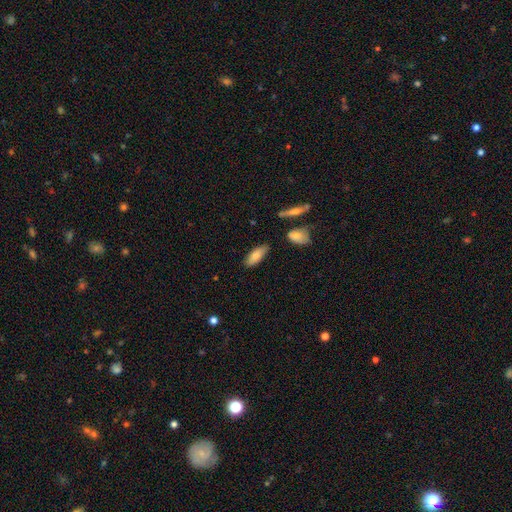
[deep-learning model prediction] Smooth or featured?
  - smooth: 80% *
  - featured or disk: 14%
  - star or artifact: 6%
How rounded?
  - in between: 75% *
  - cigar-shaped: 23%
  - round: 2%
Merging?
  - none: 79% *
  - minor disturbance: 15%
  - merger: 3%
  - major disturbance: 3%